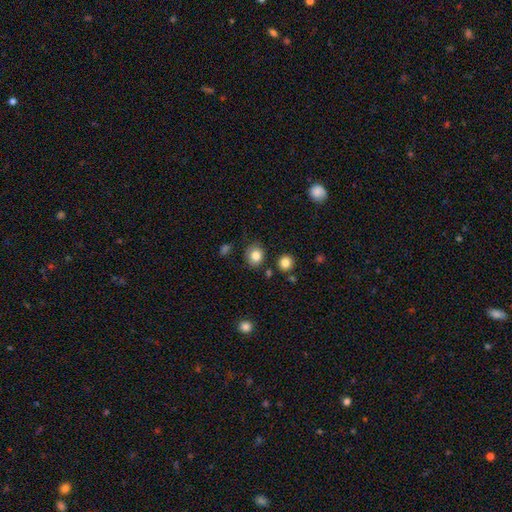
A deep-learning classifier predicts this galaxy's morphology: Smooth or featured? Predicted: smooth (p=0.83). How rounded? Predicted: round (p=0.70). Merging? Predicted: none (p=0.82).